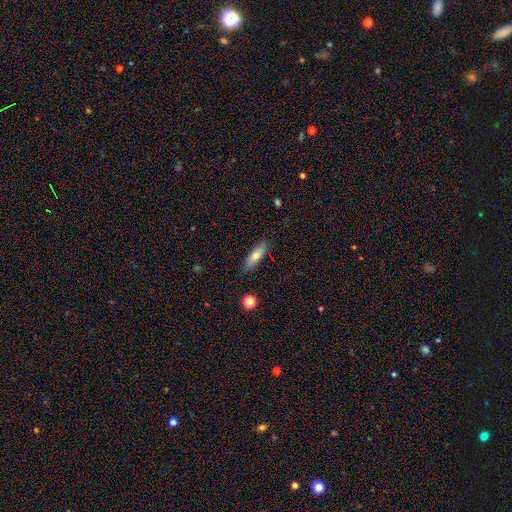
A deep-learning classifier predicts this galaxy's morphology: Smooth or featured? smooth (68%)
How rounded? in between (50%)
Merging? none (83%)